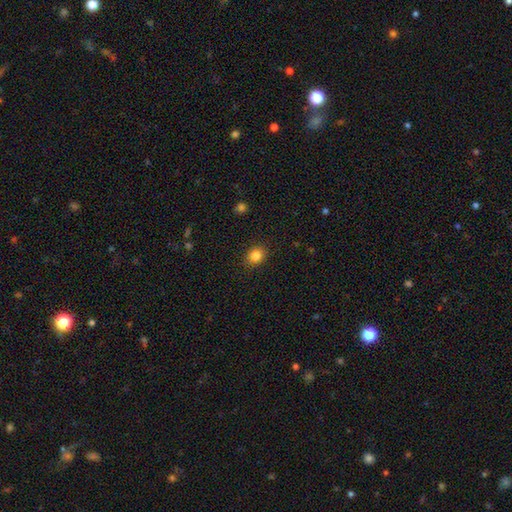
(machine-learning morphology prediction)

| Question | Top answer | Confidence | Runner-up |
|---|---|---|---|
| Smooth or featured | smooth | 84% | star or artifact (10%) |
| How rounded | round | 59% | in between (40%) |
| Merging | none | 88% | minor disturbance (8%) |